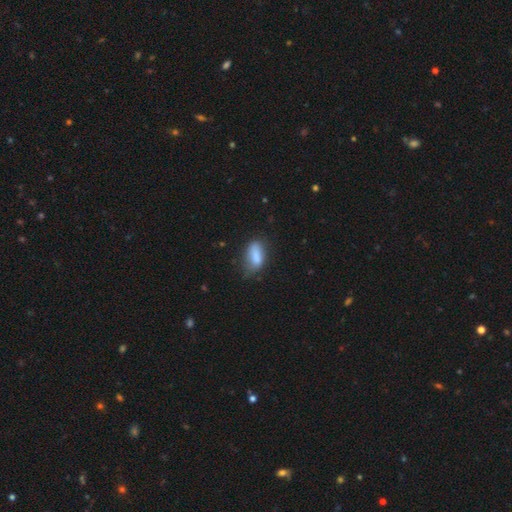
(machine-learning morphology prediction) A smooth galaxy with no disk features (82%) that is in between round and cigar-shaped (86%). Merging: none (54%).